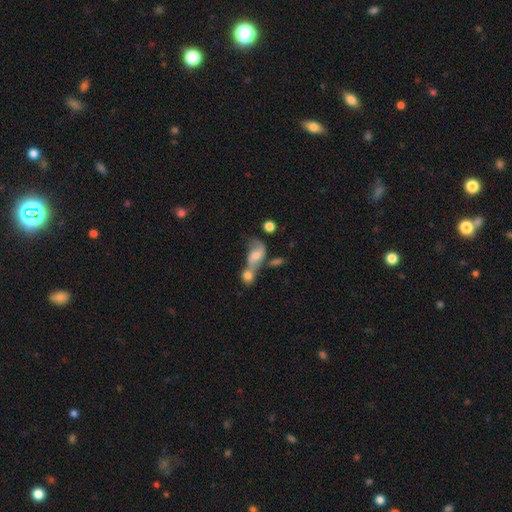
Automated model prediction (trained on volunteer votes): Smooth or featured?
  - smooth: 49% *
  - featured or disk: 40%
  - star or artifact: 11%
Merging?
  - merger: 64% *
  - none: 17%
  - major disturbance: 10%
  - minor disturbance: 9%